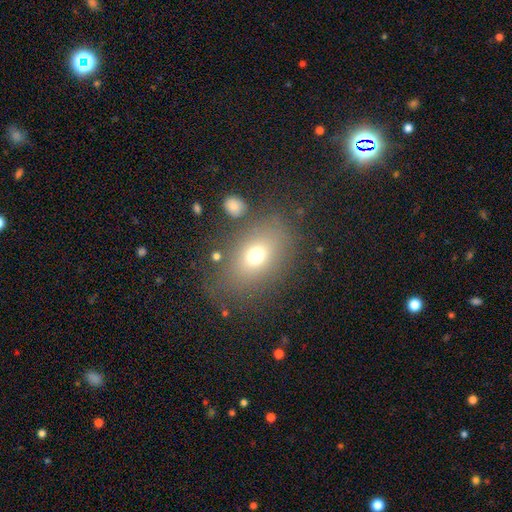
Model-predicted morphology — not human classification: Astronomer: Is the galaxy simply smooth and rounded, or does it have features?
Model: smooth — 69%.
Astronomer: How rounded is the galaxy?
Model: in between — 72%.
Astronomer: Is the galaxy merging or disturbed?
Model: none — 71%.